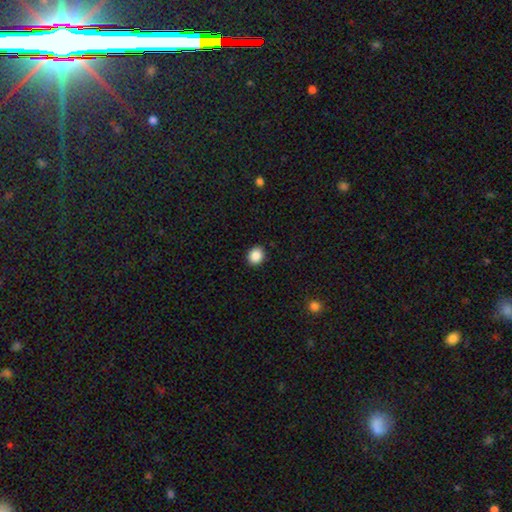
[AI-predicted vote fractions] Q: Smooth or featured?
A: smooth (87%); runner-up: star or artifact (9%)
Q: How rounded?
A: round (65%); runner-up: in between (34%)
Q: Merging?
A: none (91%); runner-up: minor disturbance (6%)